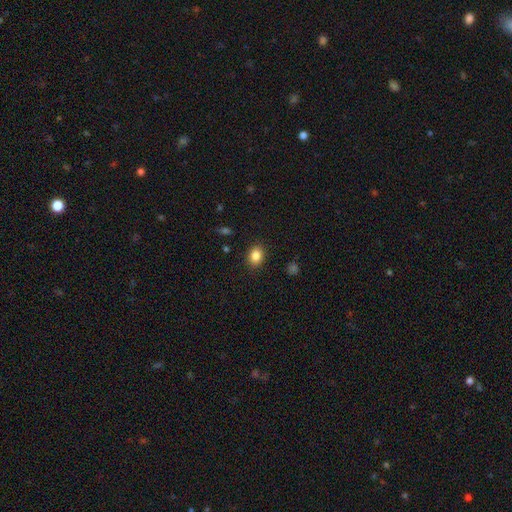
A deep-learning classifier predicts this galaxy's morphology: The model was most divided on "how rounded": in between: 54%, round: 45%, cigar-shaped: 1%. More confident: merging — none (89%); smooth or featured — smooth (85%).